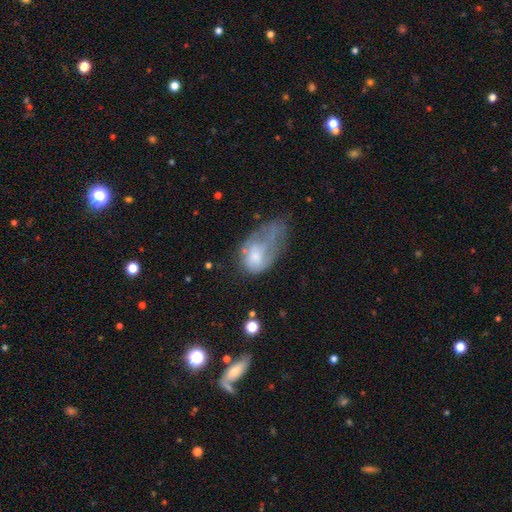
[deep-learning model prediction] smooth-or-featured: smooth: 51% | featured or disk: 40% | star or artifact: 9%
  how-rounded: in between: 84% | round: 14% | cigar-shaped: 2%
  merging: major disturbance: 50% | minor disturbance: 25% | none: 17% | merger: 8%